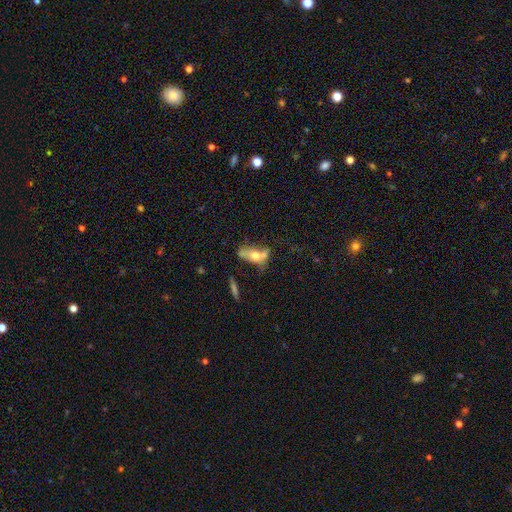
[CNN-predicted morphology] smooth 51%, featured or disk 39%, star or artifact 10%. Down the decision tree: how rounded — in between (71%); merging — merger (41%).